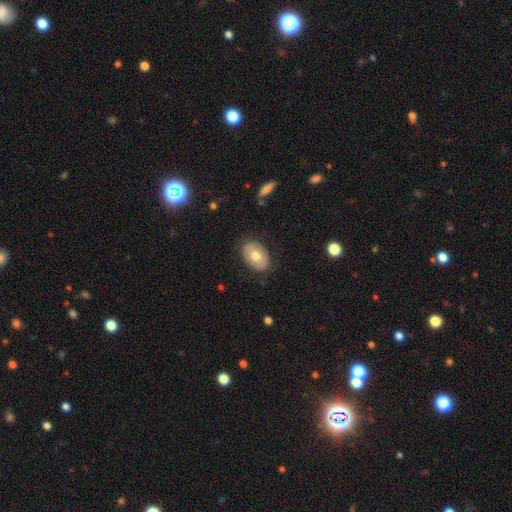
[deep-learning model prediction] Smooth or featured? smooth (68%)
How rounded? in between (83%)
Merging? none (84%)